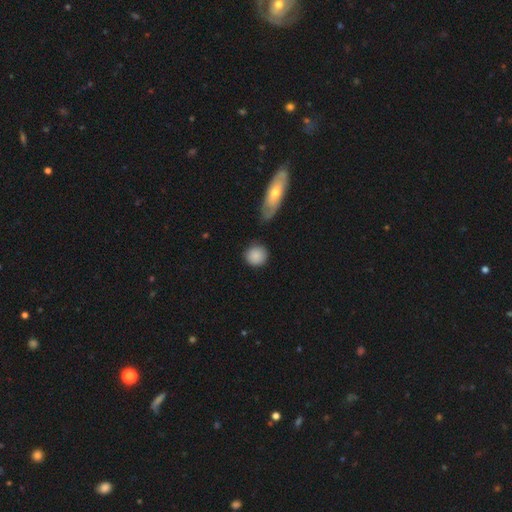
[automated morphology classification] type=smooth (86%); roundness=round (88%); merging=none (78%).